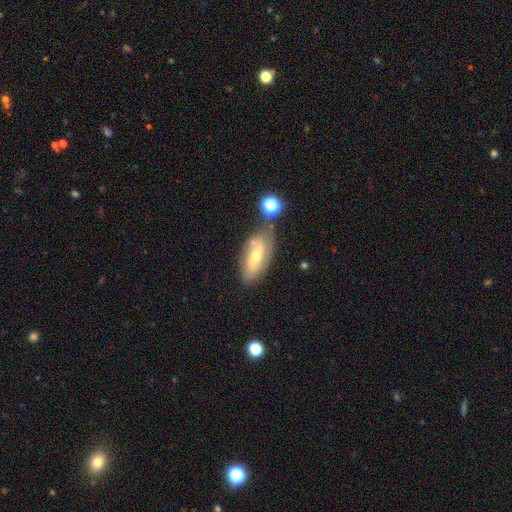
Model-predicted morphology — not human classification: Smooth or featured?
  - featured or disk: 61% *
  - smooth: 31%
  - star or artifact: 8%
Edge-on disk?
  - no: 85% *
  - yes: 15%
Bar?
  - no: 52% *
  - weak: 33%
  - strong: 15%
Spiral arms?
  - yes: 74% *
  - no: 26%
Bulge size?
  - moderate: 51% *
  - small: 45%
  - large: 2%
  - none: 1%
  - dominant: 1%
Merging?
  - none: 65% *
  - minor disturbance: 20%
  - merger: 10%
  - major disturbance: 6%